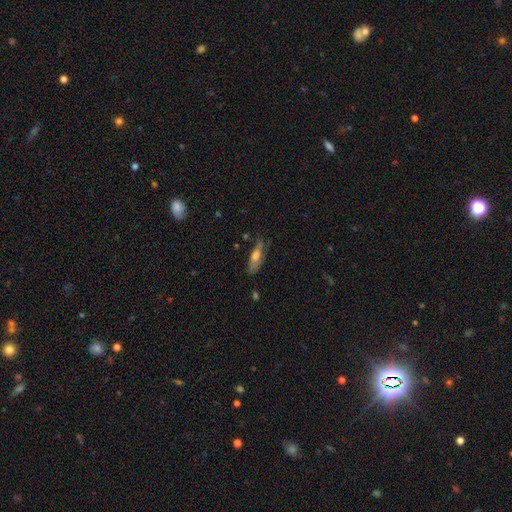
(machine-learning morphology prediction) smooth_or_featured: smooth (p=0.60) [alt: featured or disk p=0.33]
how_rounded: in between (p=0.51) [alt: cigar-shaped p=0.46]
merging: none (p=0.54) [alt: minor disturbance p=0.31]